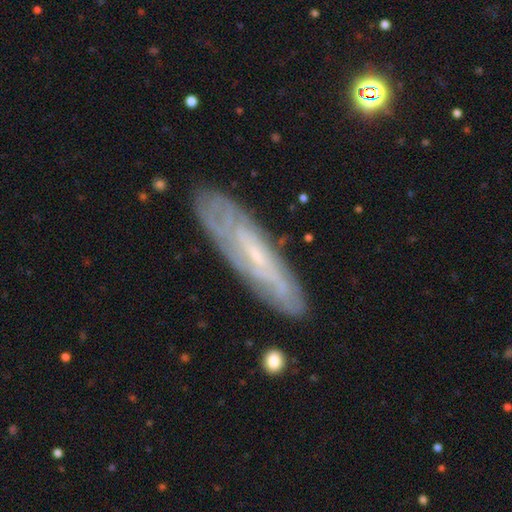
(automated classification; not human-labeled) Q: Smooth or featured?
A: featured or disk (68%); runner-up: smooth (24%)
Q: Edge-on disk?
A: no (60%); runner-up: yes (40%)
Q: Merging?
A: none (82%); runner-up: minor disturbance (13%)